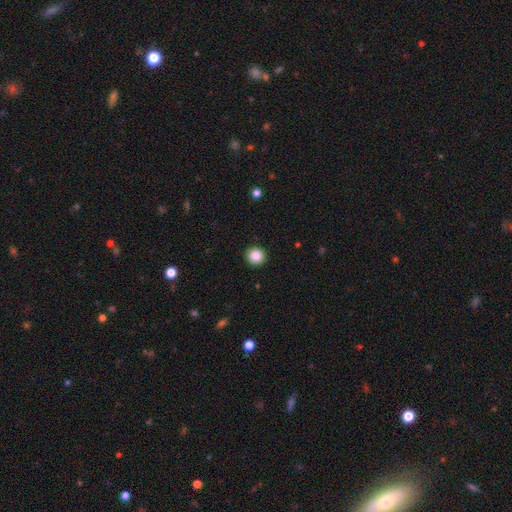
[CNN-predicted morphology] The model was most divided on "smooth or featured": smooth: 85%, star or artifact: 10%, featured or disk: 5%. More confident: how rounded — round (93%); merging — none (93%).